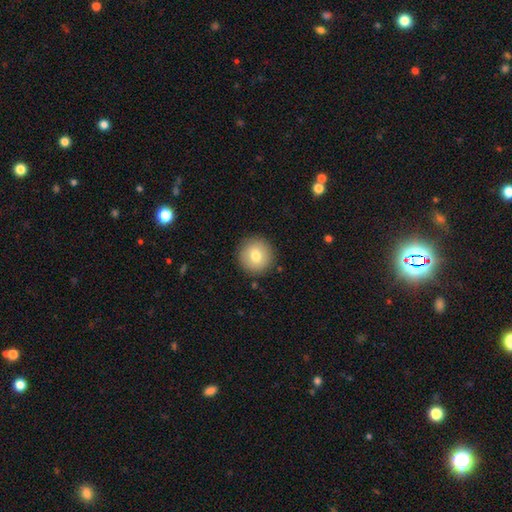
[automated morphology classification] type=smooth (77%); roundness=round (94%); merging=none (90%).